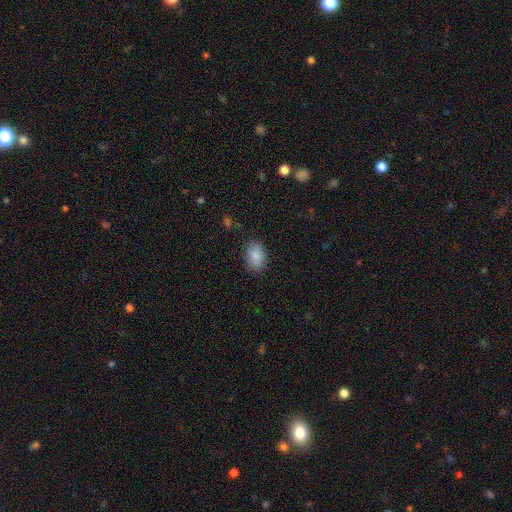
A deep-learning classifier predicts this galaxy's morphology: A smooth galaxy with no disk features (88%) that is in between round and cigar-shaped (86%).

Vote fractions:
- Smooth or featured? smooth: 88% / star or artifact: 7% / featured or disk: 4%
- How rounded? in between: 86% / round: 13% / cigar-shaped: 1%
- Merging? none: 85% / minor disturbance: 11% / major disturbance: 3% / merger: 1%